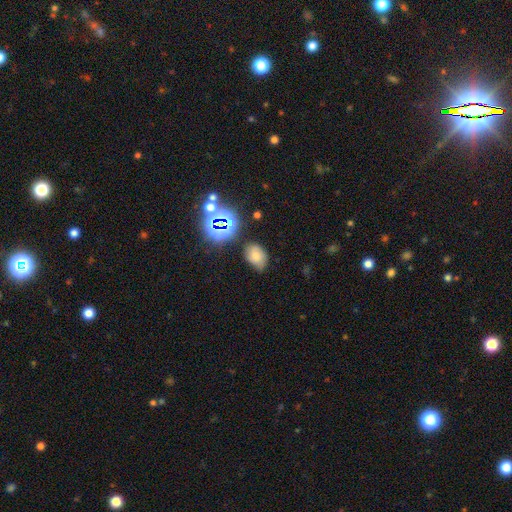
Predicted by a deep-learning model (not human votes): Smooth or featured?
  - smooth: 67% *
  - star or artifact: 19%
  - featured or disk: 13%
How rounded?
  - in between: 78% *
  - round: 21%
  - cigar-shaped: 1%
Merging?
  - none: 69% *
  - minor disturbance: 22%
  - major disturbance: 5%
  - merger: 3%